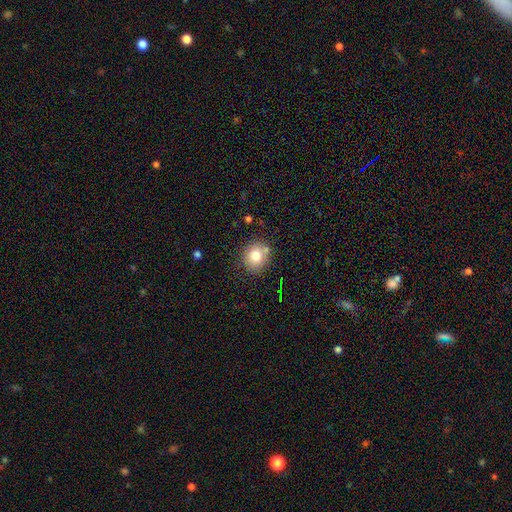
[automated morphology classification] smooth_or_featured: smooth (p=0.77) [alt: star or artifact p=0.11]
how_rounded: round (p=0.80) [alt: in between p=0.19]
merging: none (p=0.75) [alt: minor disturbance p=0.14]